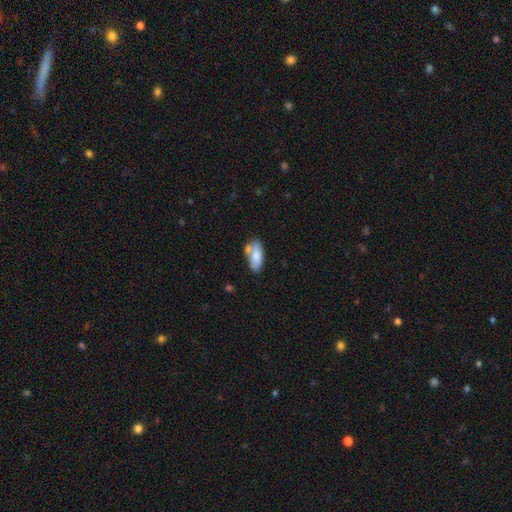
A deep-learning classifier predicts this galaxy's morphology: smooth_or_featured: smooth (p=0.80) [alt: featured or disk p=0.13]
how_rounded: in between (p=0.83) [alt: cigar-shaped p=0.15]
merging: none (p=0.54) [alt: merger p=0.23]